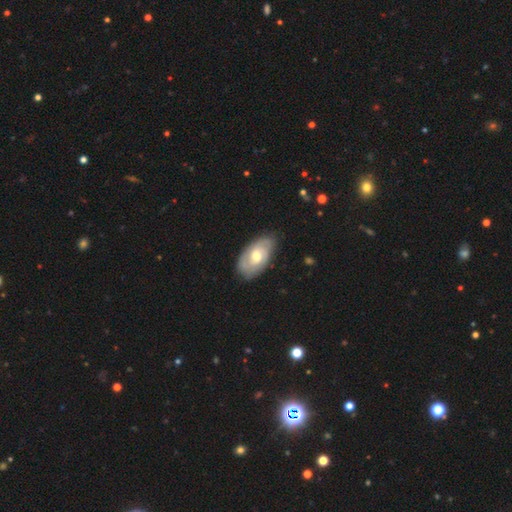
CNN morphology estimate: Smooth or featured? featured or disk (68%)
Edge-on disk? no (94%)
Bar? no (66%)
Spiral arms? yes (83%)
Spiral winding? tight (59%)
Spiral arm count? 2 (45%)
Bulge size? moderate (74%)
Merging? none (78%)